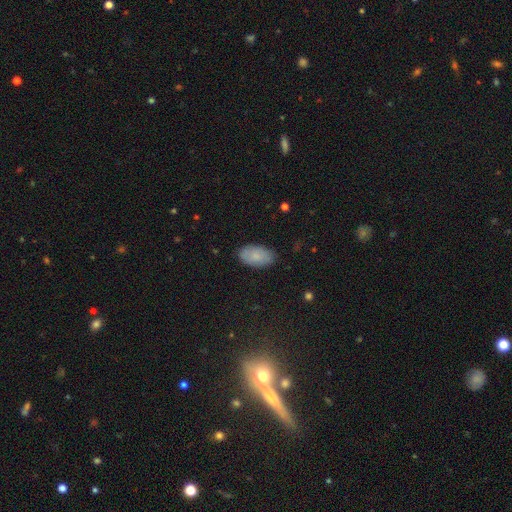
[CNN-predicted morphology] The model was most divided on "smooth or featured": smooth: 81%, featured or disk: 11%, star or artifact: 7%. More confident: how rounded — in between (95%); merging — none (84%).